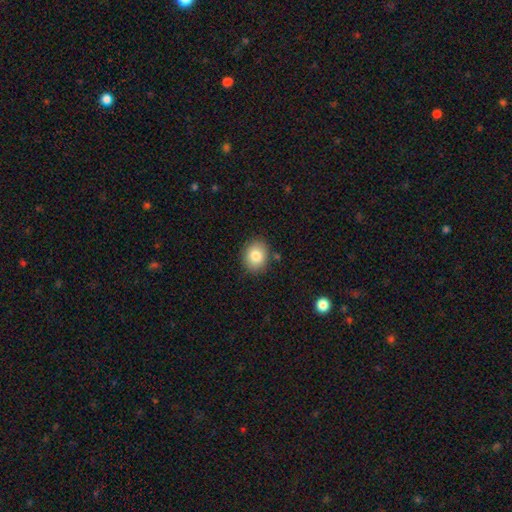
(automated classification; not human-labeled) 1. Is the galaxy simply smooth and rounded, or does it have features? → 82% smooth, 9% featured or disk, 9% star or artifact.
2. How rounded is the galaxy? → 57% round, 42% in between, 1% cigar-shaped.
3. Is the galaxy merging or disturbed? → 85% none, 10% minor disturbance, 2% major disturbance, 2% merger.